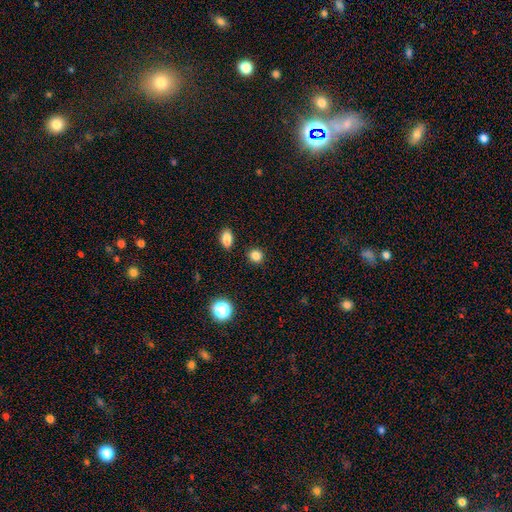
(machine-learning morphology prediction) smooth-or-featured: smooth: 84% | star or artifact: 13% | featured or disk: 4%
  how-rounded: round: 78% | in between: 21% | cigar-shaped: 1%
  merging: none: 88% | minor disturbance: 7% | merger: 3% | major disturbance: 2%